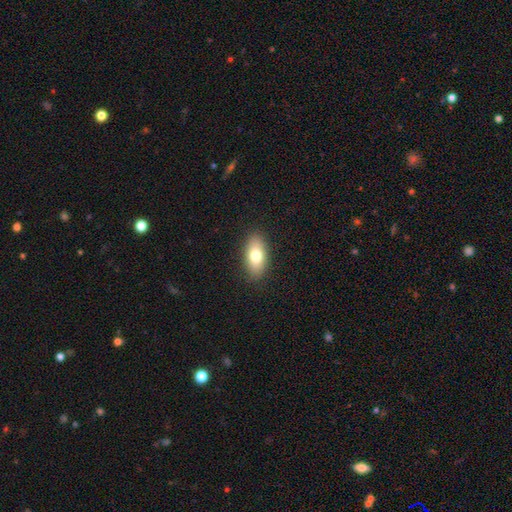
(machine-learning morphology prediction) A smooth galaxy with no disk features (76%) that is in between round and cigar-shaped (87%). Merging: none (88%).